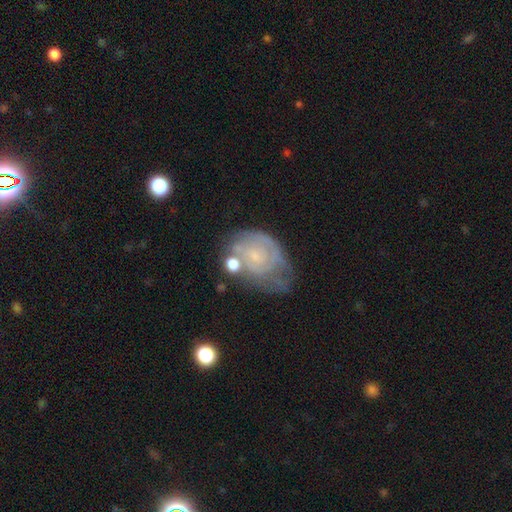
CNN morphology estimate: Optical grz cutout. It shows a featured or disk galaxy (68%) with no bar (71%), spiral arms (75%) and a small central bulge (64%). Merging: none (39%).